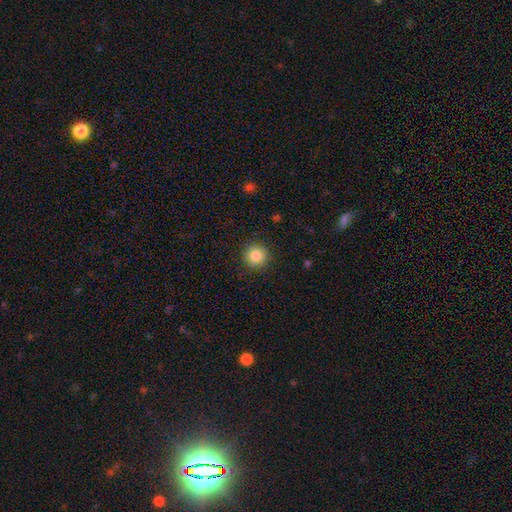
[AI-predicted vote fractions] Smooth or featured?
  - smooth: 85% *
  - star or artifact: 10%
  - featured or disk: 5%
How rounded?
  - round: 94% *
  - in between: 5%
  - cigar-shaped: 1%
Merging?
  - none: 91% *
  - minor disturbance: 6%
  - major disturbance: 2%
  - merger: 1%